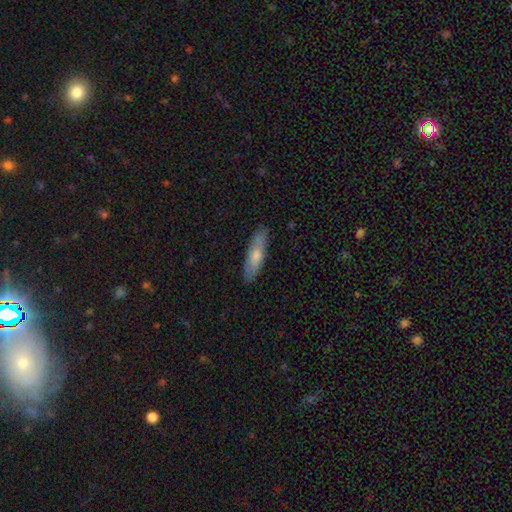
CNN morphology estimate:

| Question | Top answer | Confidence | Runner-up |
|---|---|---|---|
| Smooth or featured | smooth | 63% | featured or disk (31%) |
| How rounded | cigar-shaped | 69% | in between (30%) |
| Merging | none | 87% | minor disturbance (10%) |